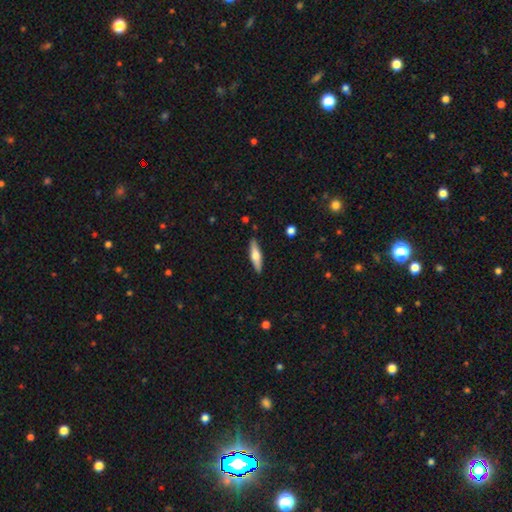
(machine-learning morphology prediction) Overall: smooth (48%; featured or disk 46%). Merging: none (89%).